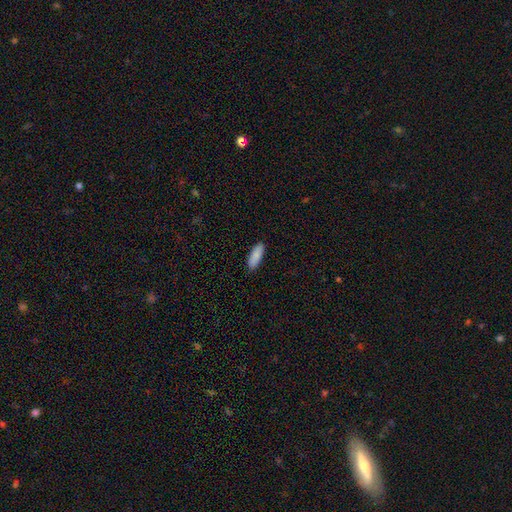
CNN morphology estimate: smooth 88%, featured or disk 6%, star or artifact 6%. Down the decision tree: how rounded — in between (67%); merging — none (90%).